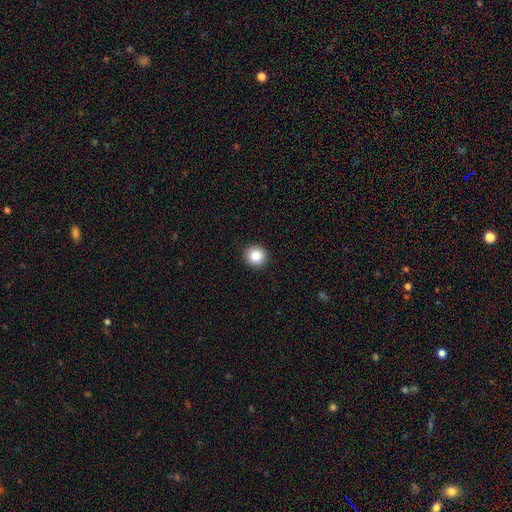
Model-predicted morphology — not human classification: This is clearly a smooth galaxy (85%). How rounded: clearly round (94%). Merging: clearly none (93%).